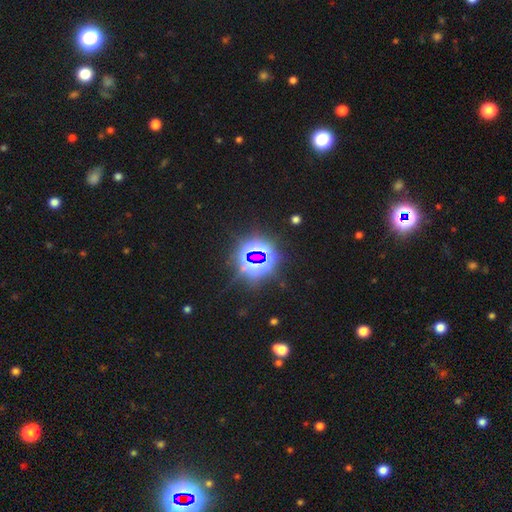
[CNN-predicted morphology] A star or artifact, not a galaxy (81%).